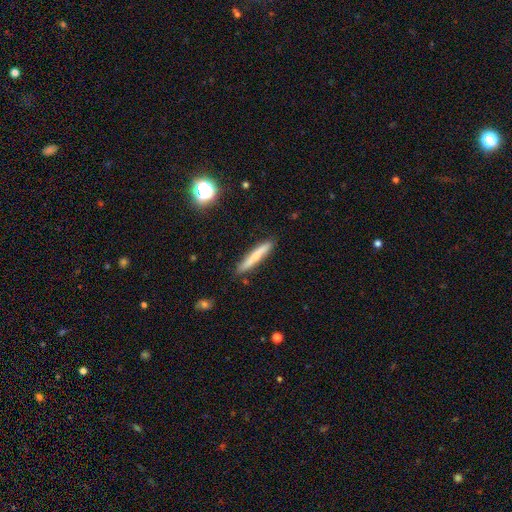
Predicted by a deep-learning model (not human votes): smooth 64%, featured or disk 29%, star or artifact 7%. Down the decision tree: how rounded — cigar-shaped (94%); merging — none (87%).